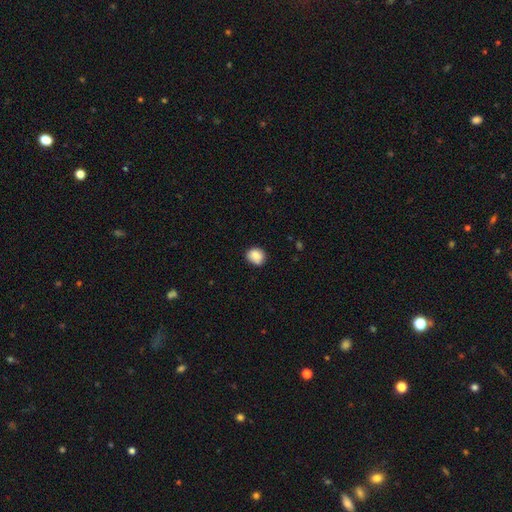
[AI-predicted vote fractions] Smooth or featured? Predicted: smooth (p=0.86). How rounded? Predicted: round (p=0.67). Merging? Predicted: none (p=0.78).